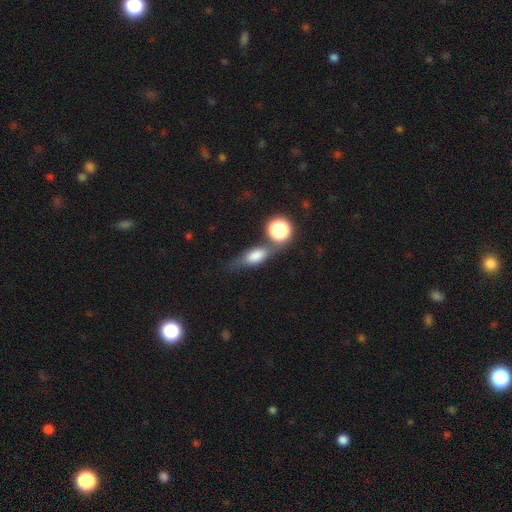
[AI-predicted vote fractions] smooth-or-featured: smooth: 65% | featured or disk: 22% | star or artifact: 13%
  how-rounded: in between: 65% | cigar-shaped: 20% | round: 15%
  merging: none: 49% | minor disturbance: 20% | merger: 20% | major disturbance: 11%